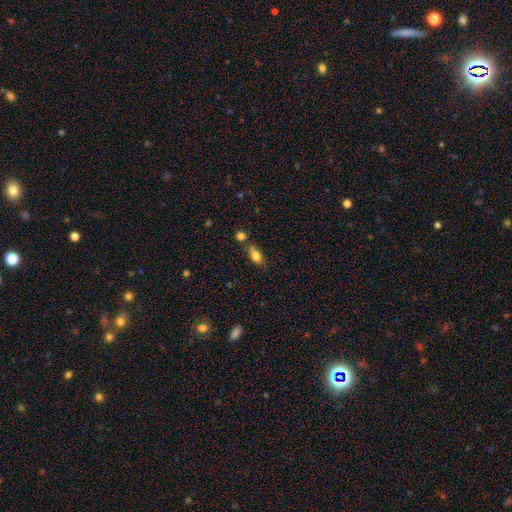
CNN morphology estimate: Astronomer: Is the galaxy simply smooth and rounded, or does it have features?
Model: smooth — 76%.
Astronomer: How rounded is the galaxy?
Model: in between — 79%.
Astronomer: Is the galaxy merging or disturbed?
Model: none — 56%.